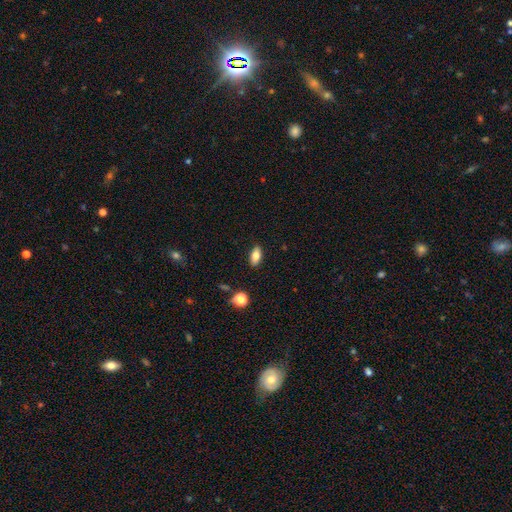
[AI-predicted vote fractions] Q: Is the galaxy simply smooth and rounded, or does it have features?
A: smooth — 76%.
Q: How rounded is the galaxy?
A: in between — 86%.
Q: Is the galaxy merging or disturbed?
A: none — 88%.